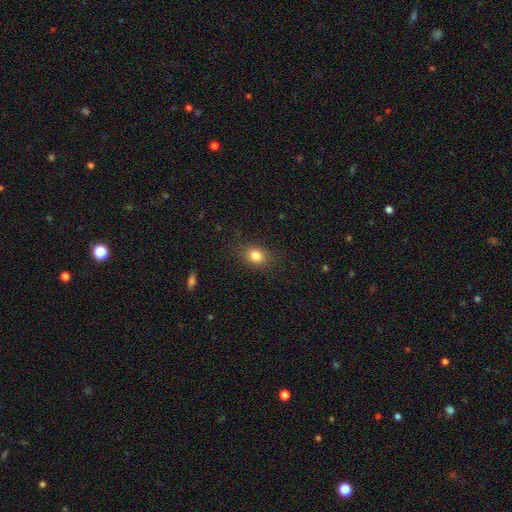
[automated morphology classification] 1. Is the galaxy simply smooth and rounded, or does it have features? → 81% smooth, 11% star or artifact, 8% featured or disk.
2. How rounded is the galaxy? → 60% in between, 38% round, 2% cigar-shaped.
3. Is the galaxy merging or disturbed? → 83% none, 12% minor disturbance, 4% major disturbance, 1% merger.